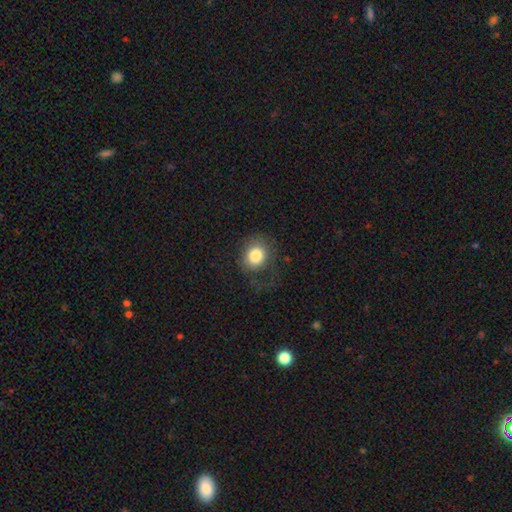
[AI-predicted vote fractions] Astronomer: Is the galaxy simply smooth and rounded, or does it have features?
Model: smooth — 81%.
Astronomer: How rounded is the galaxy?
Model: round — 64%.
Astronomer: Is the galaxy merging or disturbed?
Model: none — 62%.